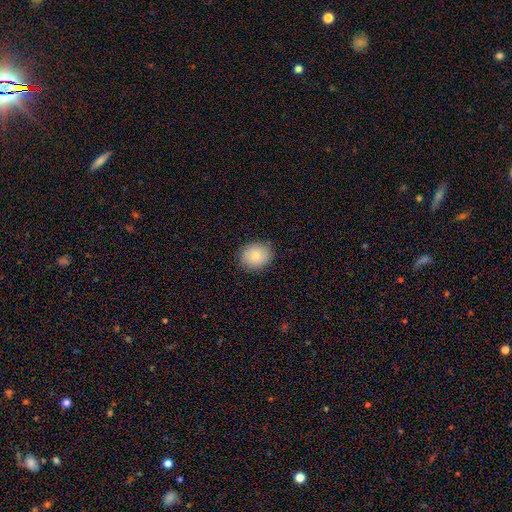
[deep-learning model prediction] Smooth or featured? smooth (80%)
How rounded? round (69%)
Merging? none (87%)